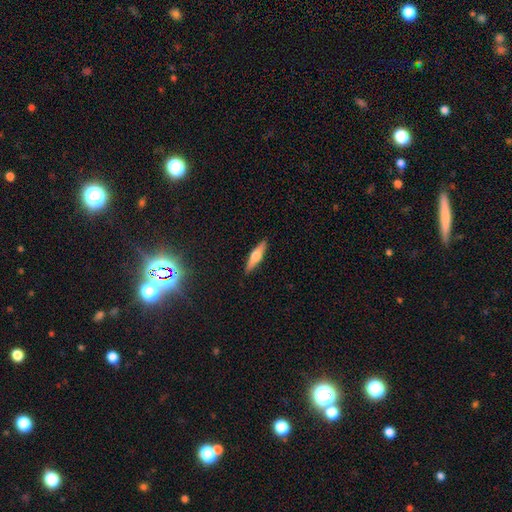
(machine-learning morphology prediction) Smooth or featured? smooth (47%)
Merging? none (90%)